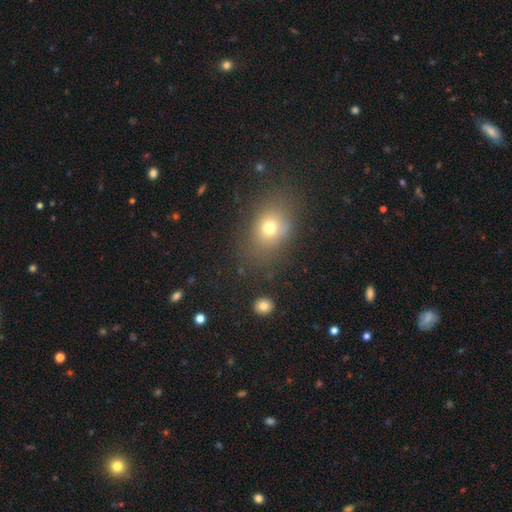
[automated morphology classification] smooth-or-featured: smooth: 64% | star or artifact: 26% | featured or disk: 10%
  how-rounded: in between: 56% | round: 42% | cigar-shaped: 2%
  merging: none: 86% | minor disturbance: 9% | major disturbance: 3% | merger: 2%